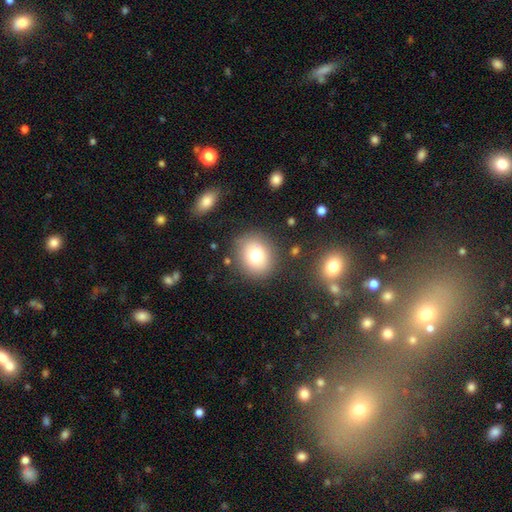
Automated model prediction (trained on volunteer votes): The model was most divided on "how rounded": round: 75%, in between: 24%, cigar-shaped: 1%. More confident: merging — none (83%); smooth or featured — smooth (74%).